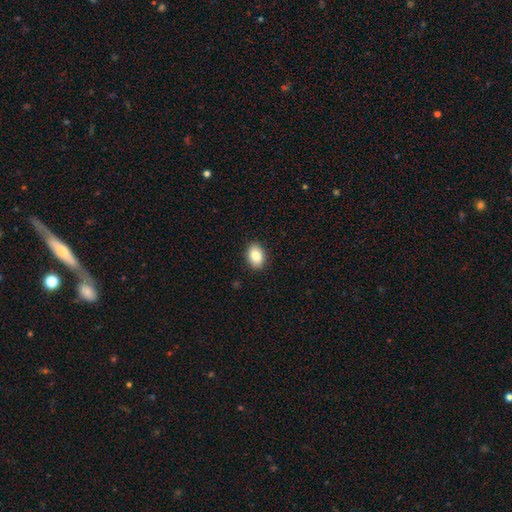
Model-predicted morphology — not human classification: A smooth galaxy with no disk features (84%) that is in between round and cigar-shaped (82%). Merging: none (90%).